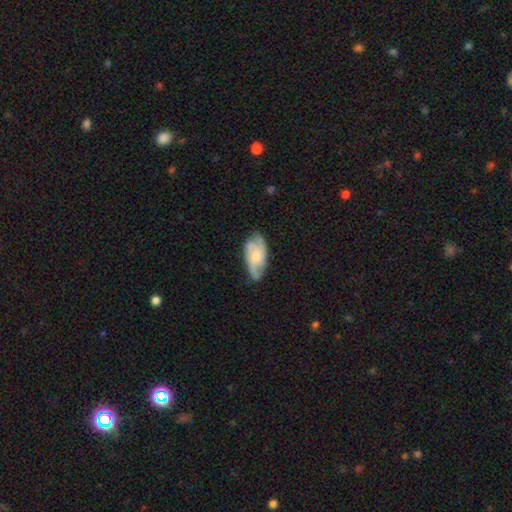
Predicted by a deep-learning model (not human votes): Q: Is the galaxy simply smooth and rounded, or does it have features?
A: featured or disk — 63%.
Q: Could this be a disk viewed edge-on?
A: no — 93%.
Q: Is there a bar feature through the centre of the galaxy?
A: no — 71%.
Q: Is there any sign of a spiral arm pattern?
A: yes — 90%.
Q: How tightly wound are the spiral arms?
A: medium — 46%.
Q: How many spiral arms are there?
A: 2 — 43%.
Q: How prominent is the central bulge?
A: moderate — 47%.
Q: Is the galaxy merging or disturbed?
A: none — 68%.